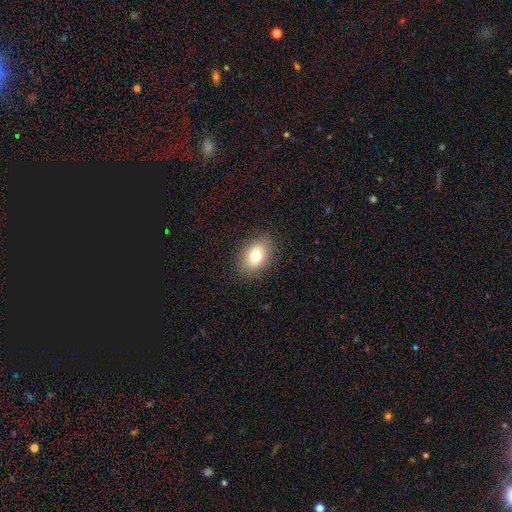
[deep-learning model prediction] Smooth or featured: smooth — 77% (featured or disk — 14%)
How rounded: in between — 80% (round — 19%)
Merging: none — 86% (minor disturbance — 10%)